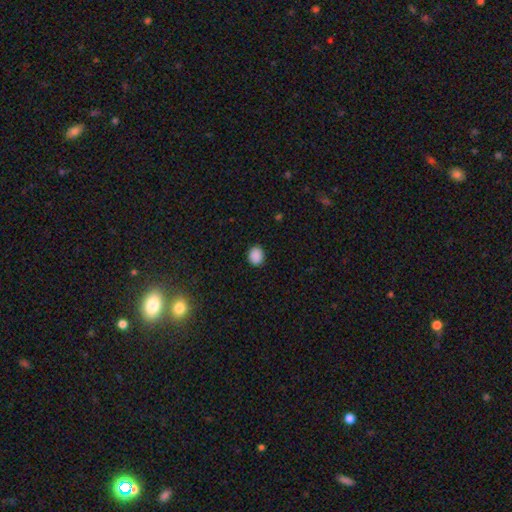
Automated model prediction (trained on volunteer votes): Q: Smooth or featured?
A: smooth (89%); runner-up: star or artifact (9%)
Q: How rounded?
A: round (64%); runner-up: in between (35%)
Q: Merging?
A: none (89%); runner-up: minor disturbance (8%)